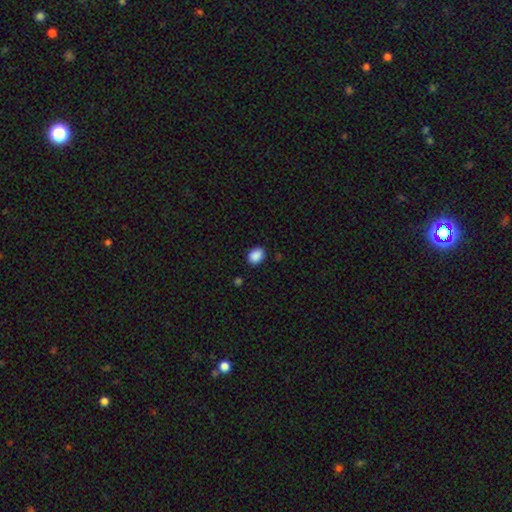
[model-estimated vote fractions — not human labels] smooth 89%, star or artifact 8%, featured or disk 2%. Down the decision tree: how rounded — in between (68%); merging — none (87%).